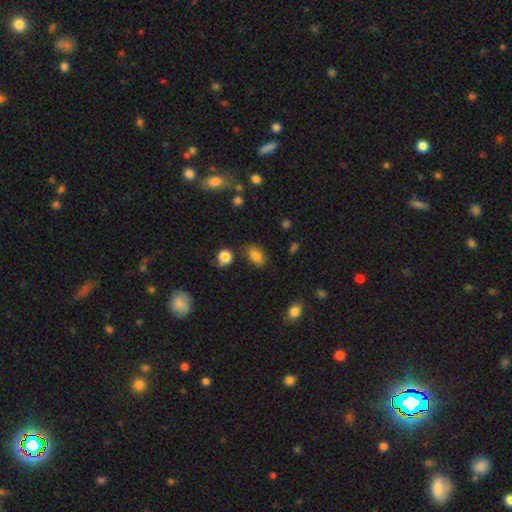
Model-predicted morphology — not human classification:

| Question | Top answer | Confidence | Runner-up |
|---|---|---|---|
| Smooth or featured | smooth | 83% | star or artifact (11%) |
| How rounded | in between | 87% | round (11%) |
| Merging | none | 78% | minor disturbance (15%) |